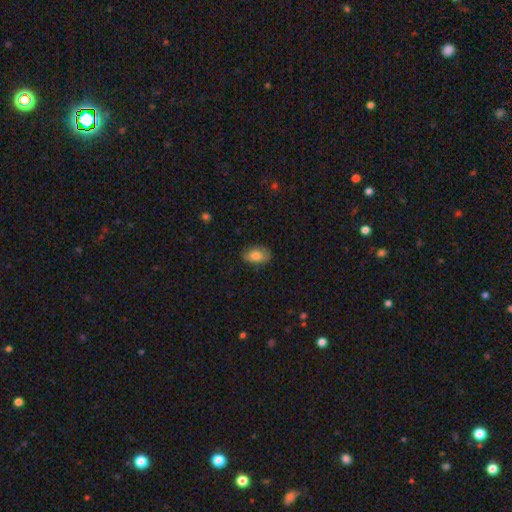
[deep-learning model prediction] Smooth or featured? smooth (77%)
How rounded? in between (89%)
Merging? none (75%)